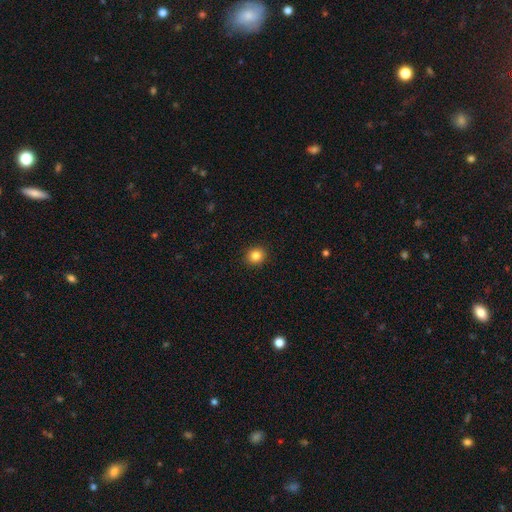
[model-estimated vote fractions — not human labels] This appears to be a smooth galaxy with no disk features (84%) that is round (85%). Merging: none (92%).